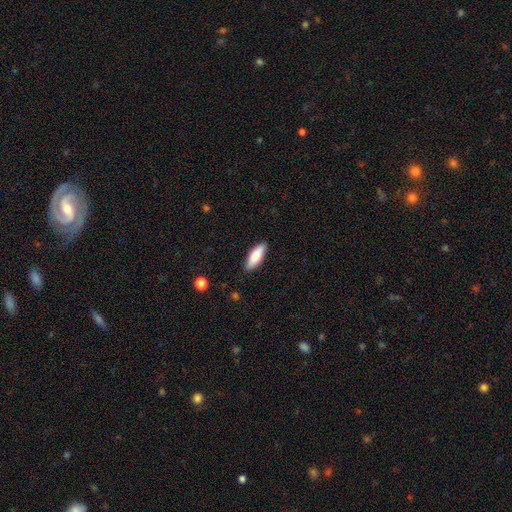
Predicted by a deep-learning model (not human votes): Smooth or featured?
  - smooth: 81% *
  - featured or disk: 14%
  - star or artifact: 6%
How rounded?
  - in between: 64% *
  - cigar-shaped: 34%
  - round: 2%
Merging?
  - none: 87% *
  - minor disturbance: 10%
  - major disturbance: 2%
  - merger: 1%